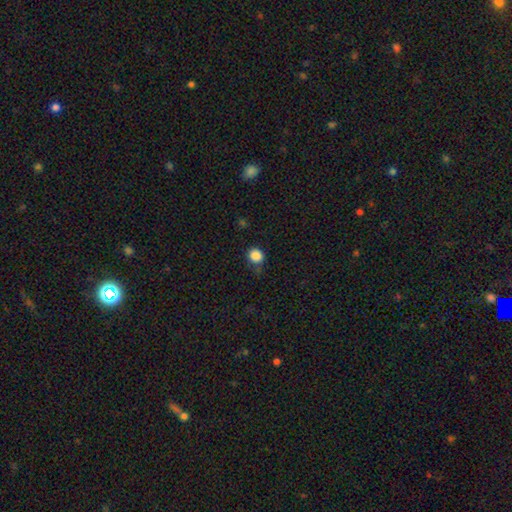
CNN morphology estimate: A smooth galaxy with no disk features (85%) that is round (85%).

Vote fractions:
- Smooth or featured? smooth: 85% / star or artifact: 11% / featured or disk: 4%
- How rounded? round: 85% / in between: 14% / cigar-shaped: 1%
- Merging? none: 70% / minor disturbance: 22% / major disturbance: 6% / merger: 2%